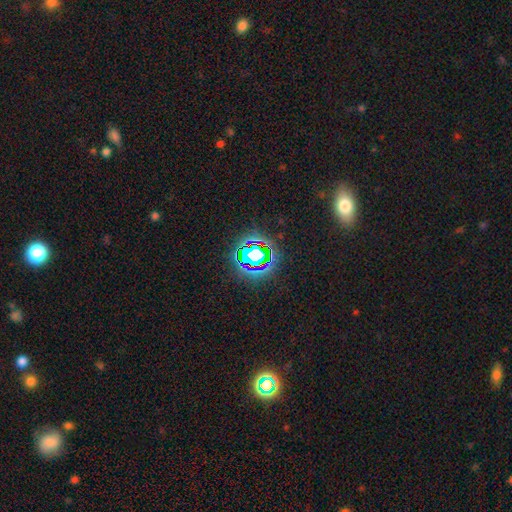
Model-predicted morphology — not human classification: A star or artifact, not a galaxy (72%).

Vote fractions:
- Smooth or featured? star or artifact: 72% / smooth: 17% / featured or disk: 11%